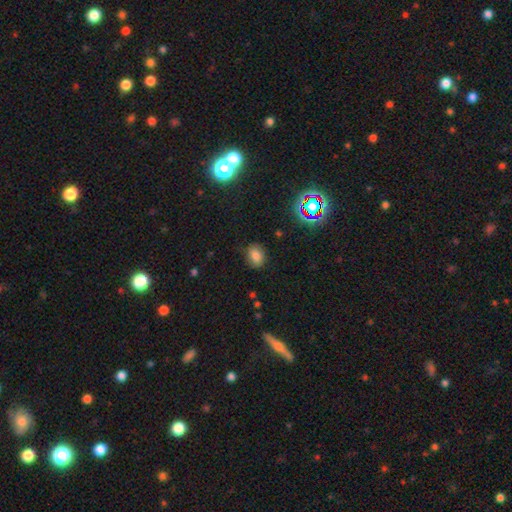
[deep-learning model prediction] Overall: smooth (77%). How rounded: in between (60%; round 39%). Merging: none (81%).